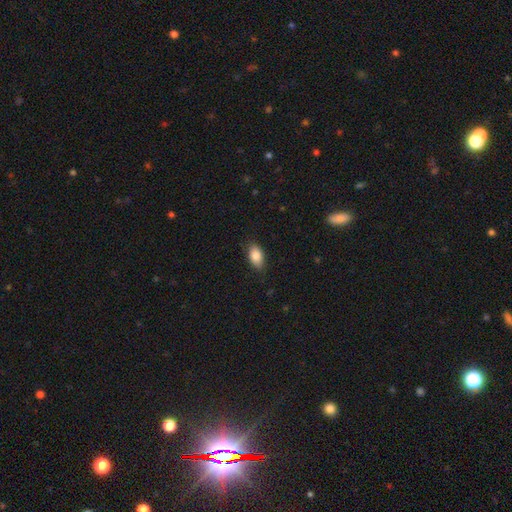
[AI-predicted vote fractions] Smooth or featured: smooth — 86% (star or artifact — 7%)
How rounded: in between — 92% (round — 5%)
Merging: none — 85% (minor disturbance — 12%)